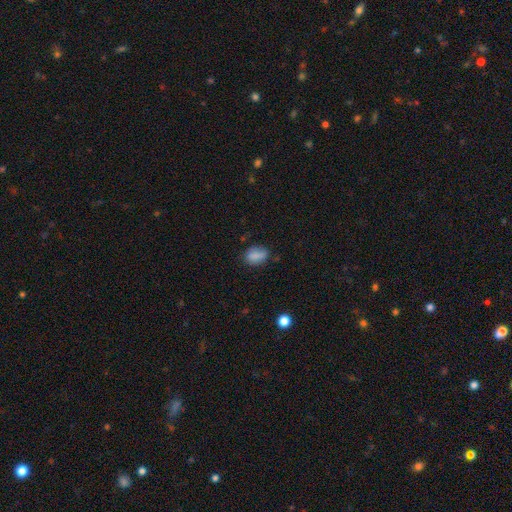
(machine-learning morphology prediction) Overall: smooth (83%). How rounded: in between (80%). Merging: none (67%).